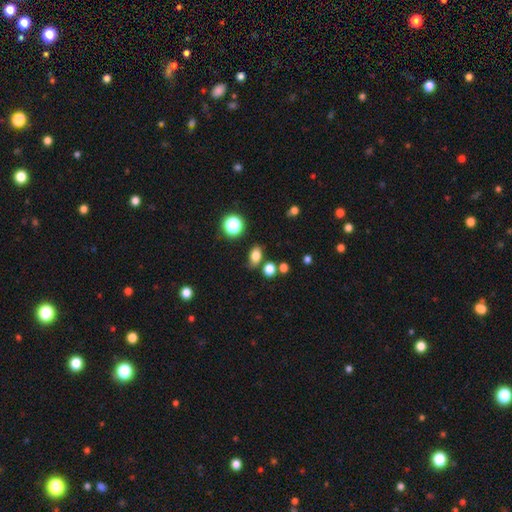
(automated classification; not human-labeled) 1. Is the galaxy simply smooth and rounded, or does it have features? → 76% smooth, 14% star or artifact, 10% featured or disk.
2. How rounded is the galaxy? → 75% in between, 23% round, 2% cigar-shaped.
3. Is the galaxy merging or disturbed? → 67% none, 20% minor disturbance, 7% merger, 6% major disturbance.